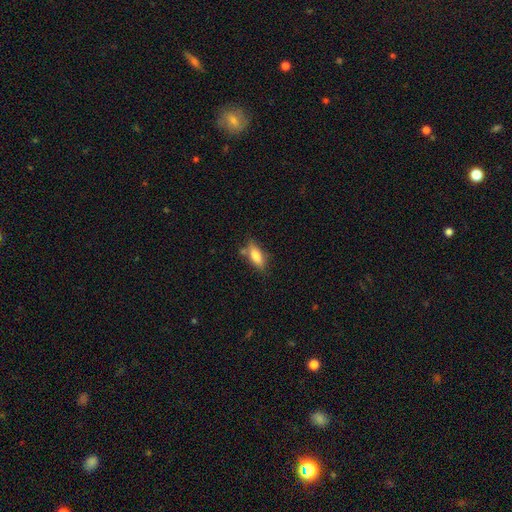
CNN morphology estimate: Overall: smooth (76%). How rounded: in between (70%). Merging: none (67%).